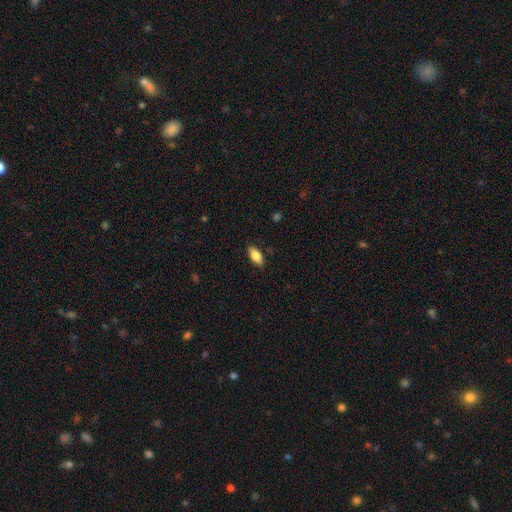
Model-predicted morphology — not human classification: Smooth or featured?
  - smooth: 81% *
  - featured or disk: 12%
  - star or artifact: 7%
How rounded?
  - in between: 87% *
  - cigar-shaped: 11%
  - round: 3%
Merging?
  - none: 86% *
  - minor disturbance: 11%
  - major disturbance: 2%
  - merger: 1%